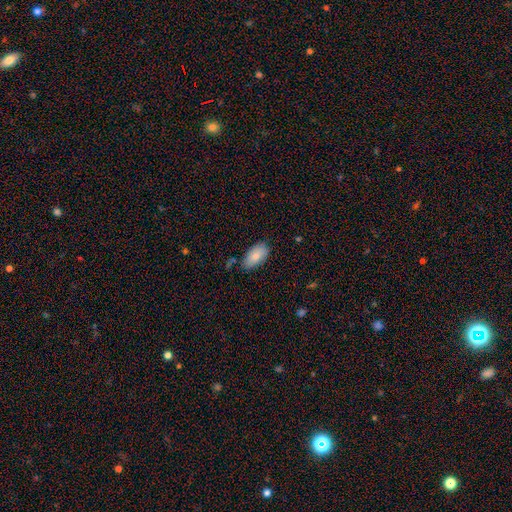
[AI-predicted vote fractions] Morphology: type=smooth (83%); roundness=in between (94%); merging=none (74%).